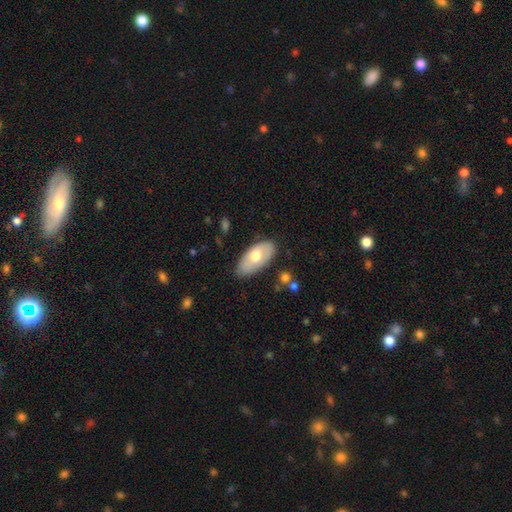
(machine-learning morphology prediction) smooth-or-featured: smooth: 61% | featured or disk: 33% | star or artifact: 5%
  how-rounded: in between: 93% | cigar-shaped: 4% | round: 3%
  merging: none: 78% | minor disturbance: 17% | major disturbance: 3% | merger: 2%